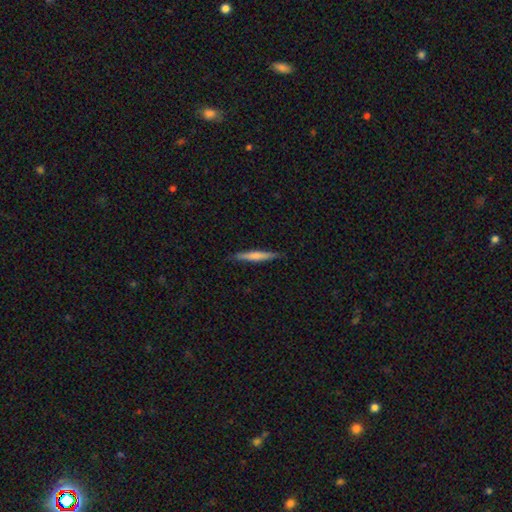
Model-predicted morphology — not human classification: Smooth or featured: smooth — 60% (featured or disk — 34%)
How rounded: cigar-shaped — 94% (in between — 4%)
Merging: none — 88% (minor disturbance — 9%)